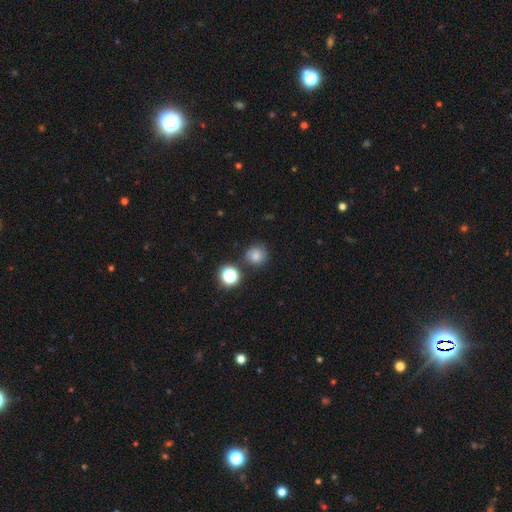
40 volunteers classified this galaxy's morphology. This appears to be a smooth galaxy with no disk features (72%) that is round (100%). Merging: none (71%).